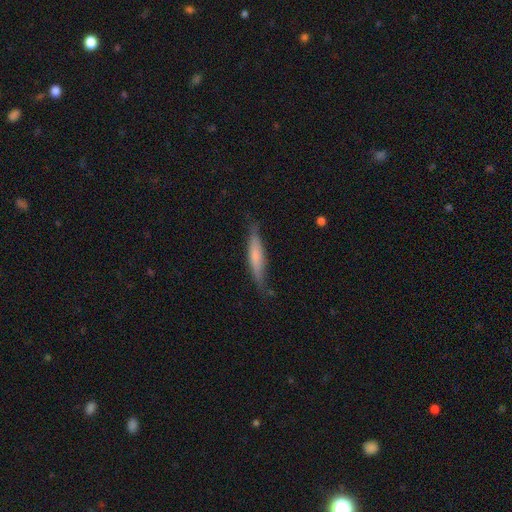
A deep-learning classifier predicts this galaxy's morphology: smooth 61%, featured or disk 33%, star or artifact 6%. Down the decision tree: how rounded — cigar-shaped (87%); merging — none (74%).